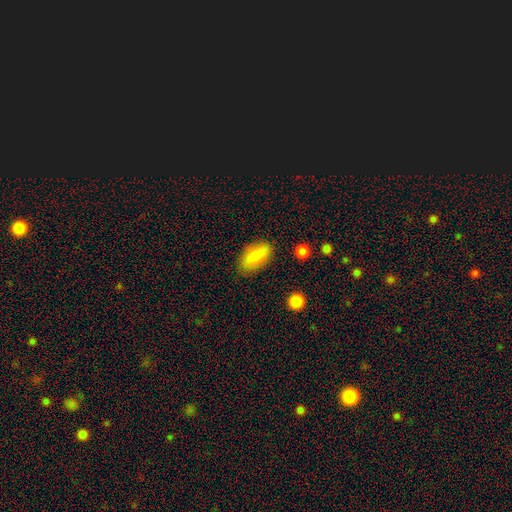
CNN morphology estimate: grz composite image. It shows a smooth galaxy with no disk features (80%) that is in between round and cigar-shaped (89%). Merging: none (82%).